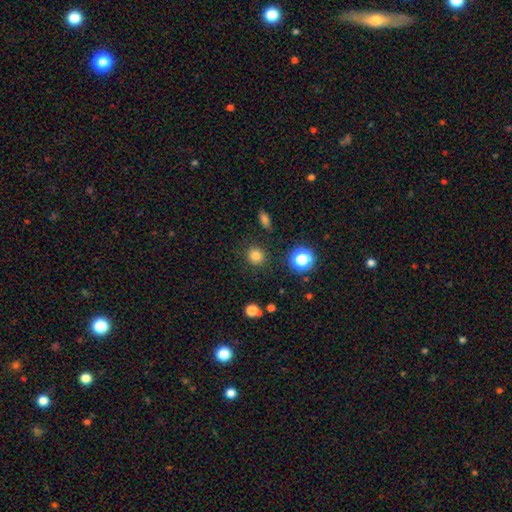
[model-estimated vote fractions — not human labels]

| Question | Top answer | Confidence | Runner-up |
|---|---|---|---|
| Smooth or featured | smooth | 81% | star or artifact (14%) |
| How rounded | round | 91% | in between (8%) |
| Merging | none | 88% | minor disturbance (7%) |